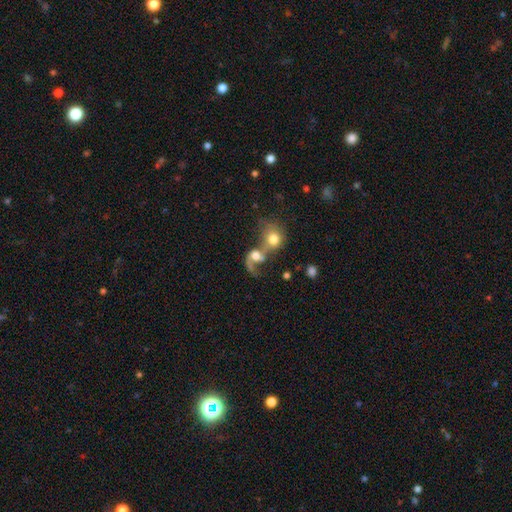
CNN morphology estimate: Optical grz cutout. It shows a featured or disk galaxy (48%). Merging: merger (75%).